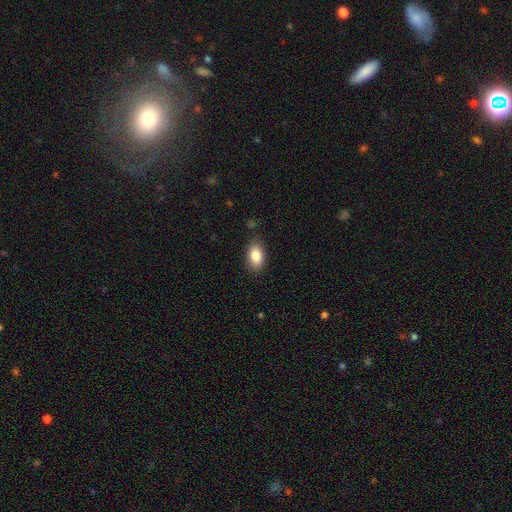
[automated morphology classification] A smooth galaxy with no disk features (86%) that is in between round and cigar-shaped (91%). Merging: none (83%).